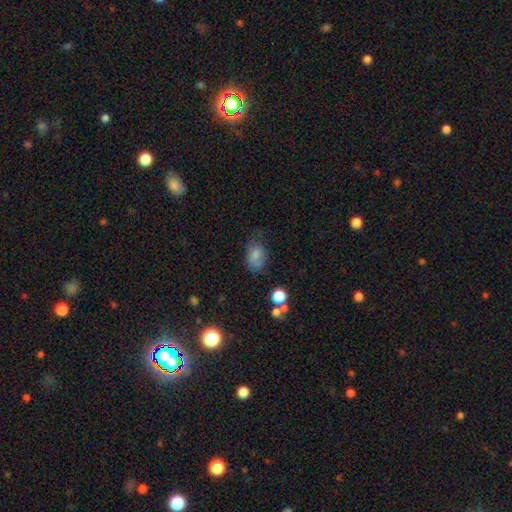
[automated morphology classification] type=smooth (74%); roundness=in between (80%); merging=none (48%).